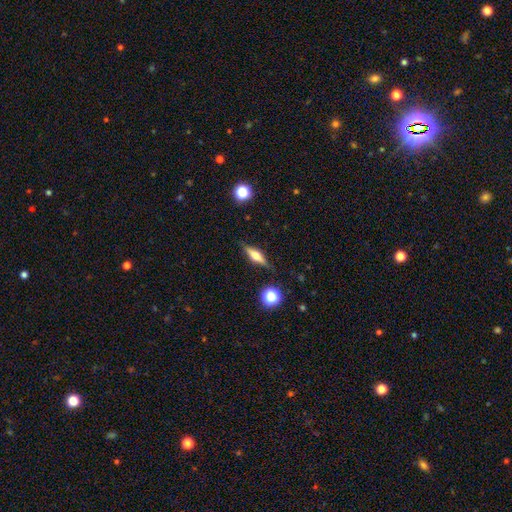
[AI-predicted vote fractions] Smooth or featured? Predicted: featured or disk (p=0.57). Edge-on disk? Predicted: yes (p=0.94). Edge-on bulge? Predicted: rounded (p=0.90). Merging? Predicted: none (p=0.86).